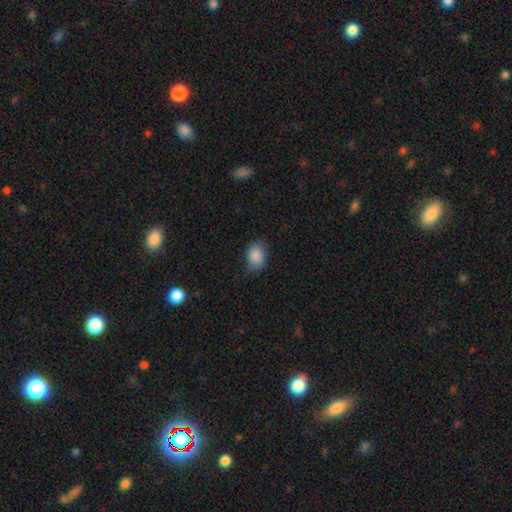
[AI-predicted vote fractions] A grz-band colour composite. It shows a smooth galaxy with no disk features (88%) that is in between round and cigar-shaped (76%). Merging: none (74%).